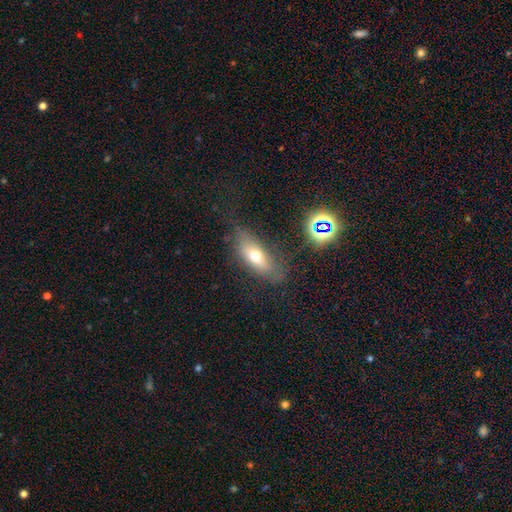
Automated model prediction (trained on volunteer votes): A smooth galaxy with no disk features (60%) that is in between round and cigar-shaped (71%). Merging: none (62%).